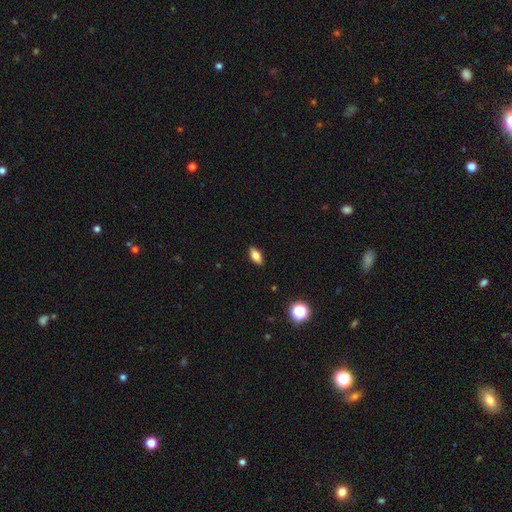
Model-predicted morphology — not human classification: smooth 78%, featured or disk 13%, star or artifact 9%. Down the decision tree: how rounded — in between (87%); merging — none (89%).